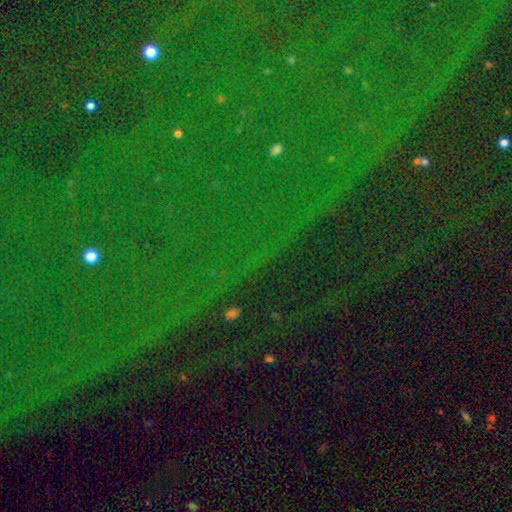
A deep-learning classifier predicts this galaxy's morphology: This appears to be a star or artifact, not a galaxy (84%).